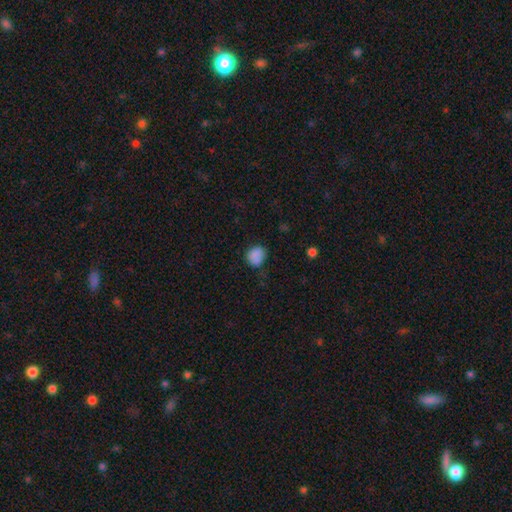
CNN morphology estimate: The model was most divided on "how rounded": round: 65%, in between: 34%, cigar-shaped: 1%. More confident: smooth or featured — smooth (83%); merging — none (64%).